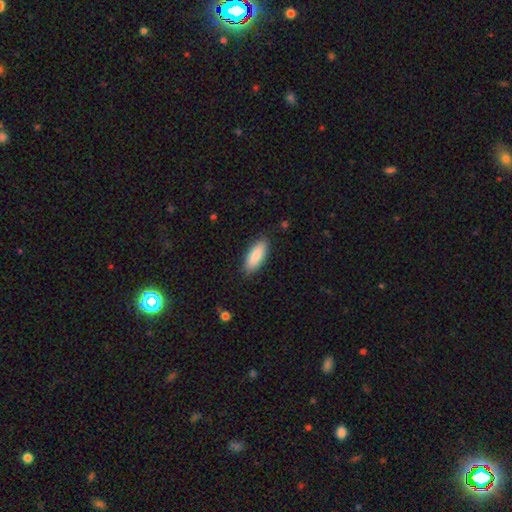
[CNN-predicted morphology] Smooth or featured: smooth — 87% (featured or disk — 7%)
How rounded: in between — 73% (cigar-shaped — 25%)
Merging: none — 87% (minor disturbance — 10%)